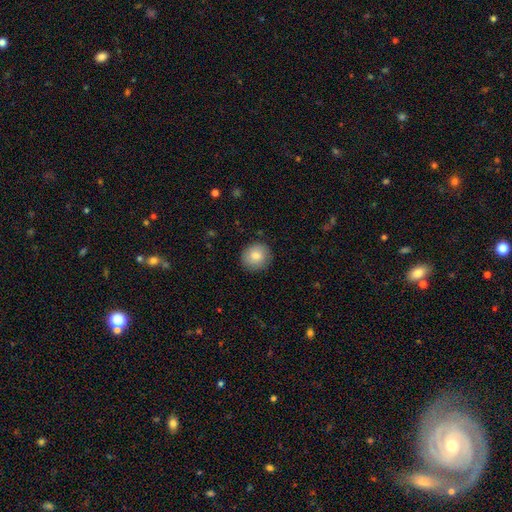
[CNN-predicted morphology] A smooth galaxy with no disk features (82%) that is round (86%). Merging: none (87%).